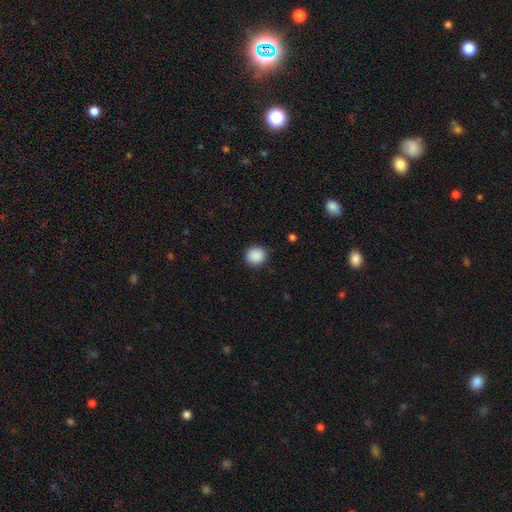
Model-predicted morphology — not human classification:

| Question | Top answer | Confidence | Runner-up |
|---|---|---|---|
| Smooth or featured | smooth | 89% | star or artifact (9%) |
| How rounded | round | 86% | in between (13%) |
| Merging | none | 88% | minor disturbance (8%) |